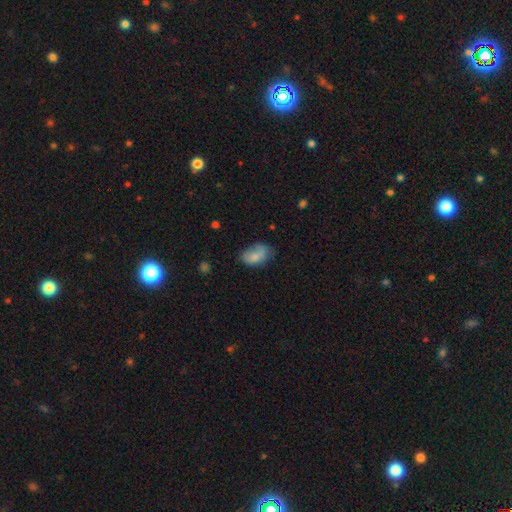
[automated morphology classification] Smooth or featured? Predicted: smooth (p=0.78). How rounded? Predicted: in between (p=0.91). Merging? Predicted: none (p=0.50).